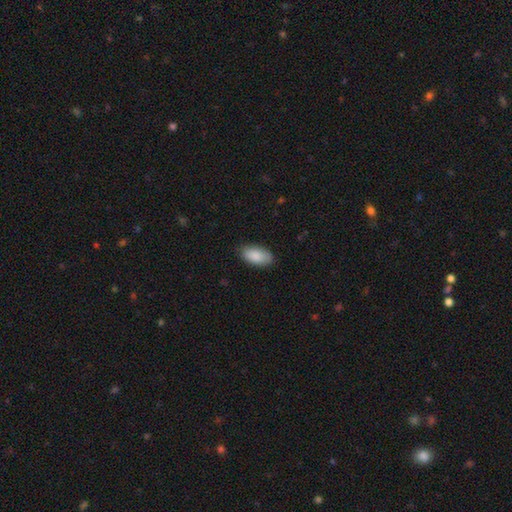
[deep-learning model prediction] The model was most divided on "merging": none: 83%, minor disturbance: 14%, major disturbance: 3%, merger: 1%. More confident: how rounded — in between (93%); smooth or featured — smooth (89%).